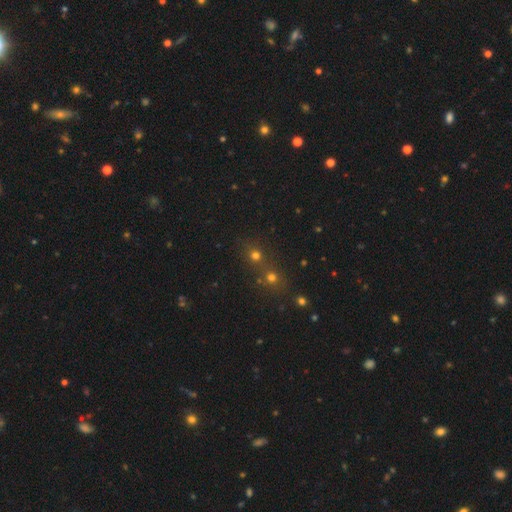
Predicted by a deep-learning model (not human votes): A smooth galaxy with no disk features (59%) that is round (86%).

Vote fractions:
- Smooth or featured? smooth: 59% / star or artifact: 31% / featured or disk: 10%
- How rounded? round: 86% / in between: 13% / cigar-shaped: 2%
- Merging? none: 52% / merger: 37% / minor disturbance: 7% / major disturbance: 4%